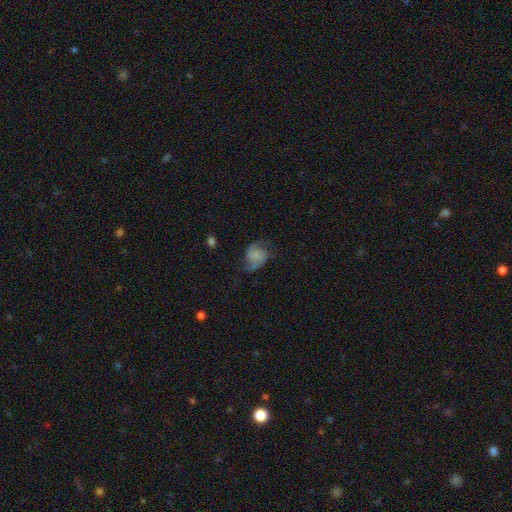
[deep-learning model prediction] smooth_or_featured: featured or disk (p=0.63) [alt: smooth p=0.28]
disk_edge_on: no (p=0.98) [alt: yes p=0.02]
bar: no (p=0.71) [alt: weak p=0.24]
has_spiral_arms: yes (p=0.93) [alt: no p=0.07]
spiral_winding: loose (p=0.43) [alt: medium p=0.42]
spiral_arm_count: 2 (p=0.91) [alt: can't tell p=0.03]
bulge_size: none (p=0.53) [alt: small p=0.17]
merging: none (p=0.64) [alt: minor disturbance p=0.21]